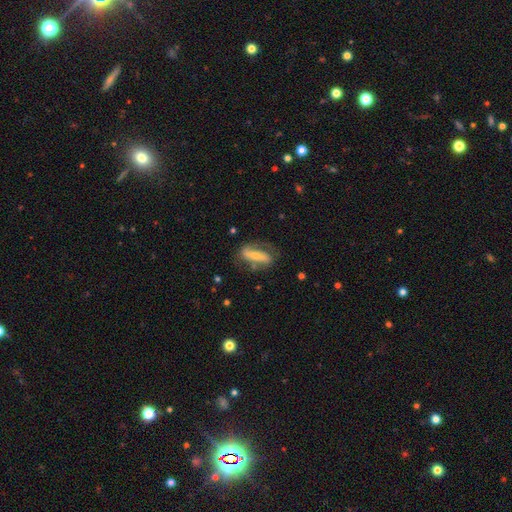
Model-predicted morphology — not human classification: A featured or disk galaxy (60%).

Vote fractions:
- Smooth or featured? featured or disk: 60% / smooth: 33% / star or artifact: 6%
- Edge-on disk? no: 80% / yes: 20%
- Merging? none: 60% / minor disturbance: 22% / major disturbance: 15% / merger: 3%